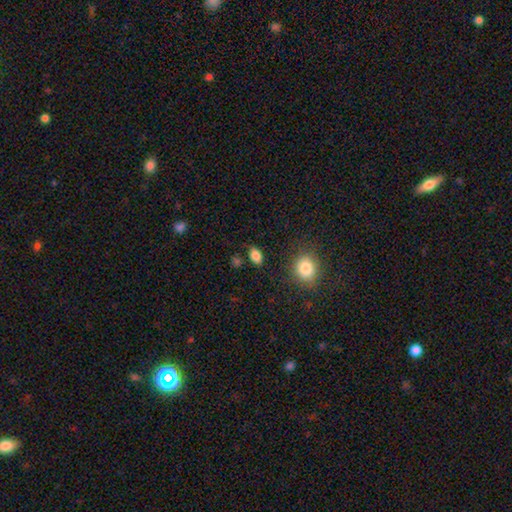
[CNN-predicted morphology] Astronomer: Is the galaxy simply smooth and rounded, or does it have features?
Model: smooth — 85%.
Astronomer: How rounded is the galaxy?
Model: in between — 87%.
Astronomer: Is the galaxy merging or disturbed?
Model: none — 82%.